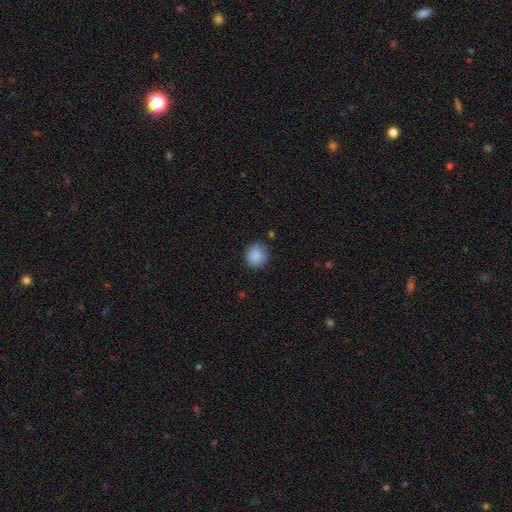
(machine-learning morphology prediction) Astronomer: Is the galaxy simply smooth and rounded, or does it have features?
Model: smooth — 87%.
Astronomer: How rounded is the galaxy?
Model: round — 82%.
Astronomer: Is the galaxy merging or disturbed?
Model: none — 79%.